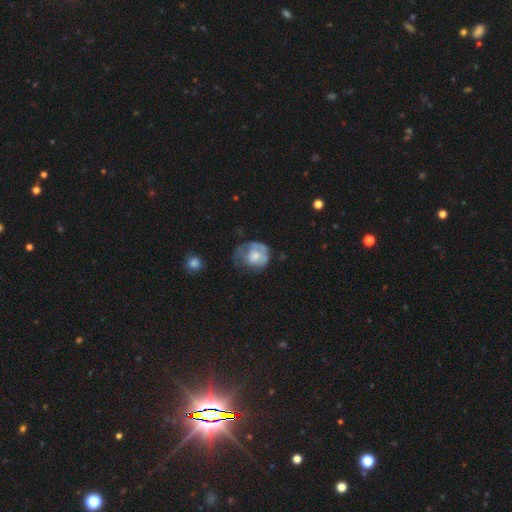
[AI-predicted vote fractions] The model was most divided on "merging" (2-way tie): none: 34%, major disturbance: 34%, minor disturbance: 30%, merger: 3%. Remaining: smooth or featured — smooth (48%).